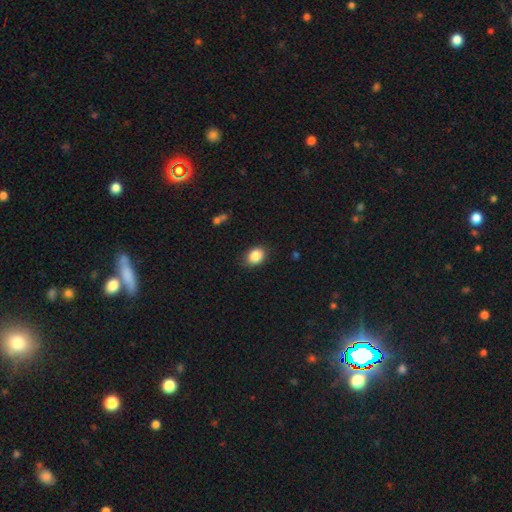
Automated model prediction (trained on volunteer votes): smooth_or_featured: smooth (p=0.86) [alt: star or artifact p=0.08]
how_rounded: in between (p=0.65) [alt: round p=0.33]
merging: none (p=0.82) [alt: minor disturbance p=0.14]